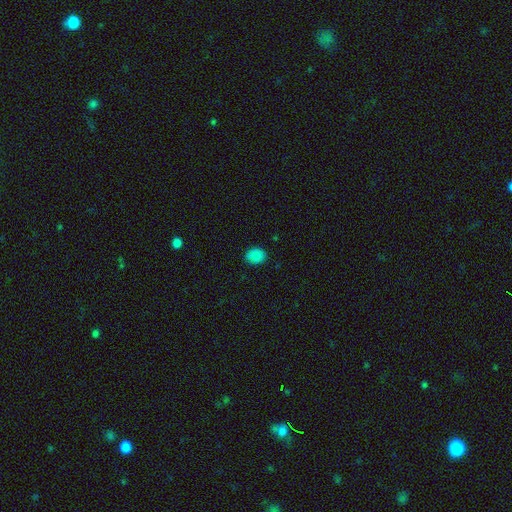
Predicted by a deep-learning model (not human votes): This is clearly a smooth galaxy (84%). How rounded: possibly in between (58%). Merging: clearly none (86%).